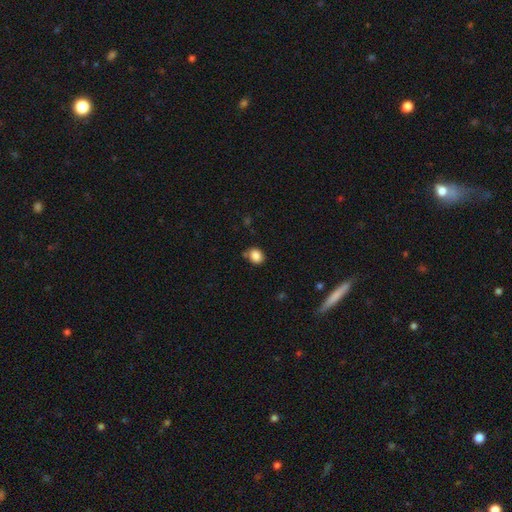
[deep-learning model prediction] Smooth or featured? smooth (86%)
How rounded? round (60%)
Merging? none (71%)